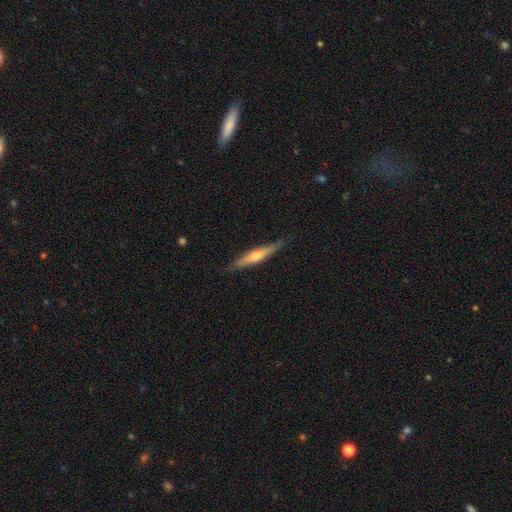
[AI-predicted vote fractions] Morphology: type=featured or disk (61%); edge-on=yes (95%); edge-on bulge=rounded (80%); merging=none (86%).